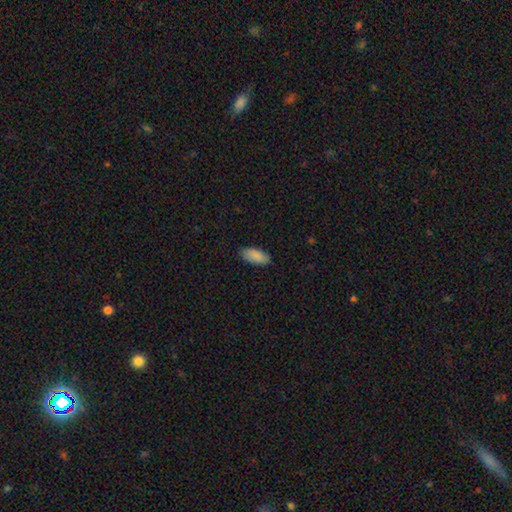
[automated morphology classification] Q: Smooth or featured?
A: smooth (89%); runner-up: star or artifact (6%)
Q: How rounded?
A: in between (89%); runner-up: cigar-shaped (10%)
Q: Merging?
A: none (87%); runner-up: minor disturbance (11%)